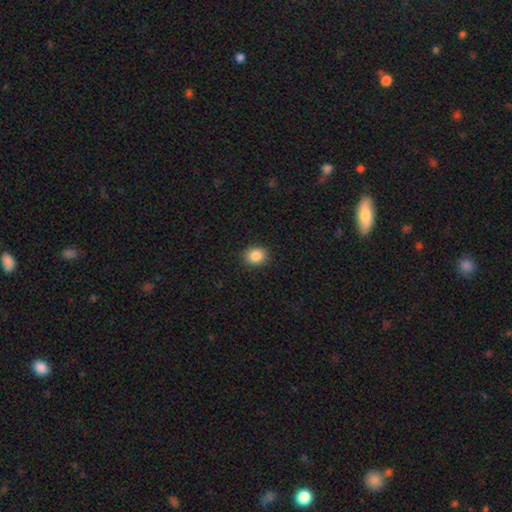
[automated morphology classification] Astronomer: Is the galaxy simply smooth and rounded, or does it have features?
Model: smooth — 87%.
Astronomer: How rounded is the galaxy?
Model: round — 63%.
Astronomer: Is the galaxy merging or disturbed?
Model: none — 91%.